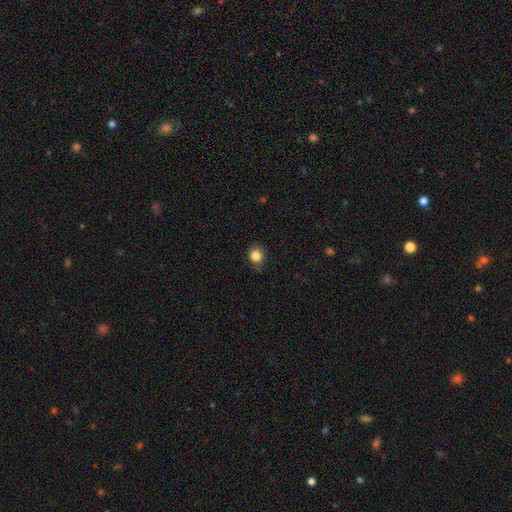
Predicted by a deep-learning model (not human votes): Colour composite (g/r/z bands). It shows a smooth galaxy with no disk features (83%) that is round (75%). Merging: none (76%).